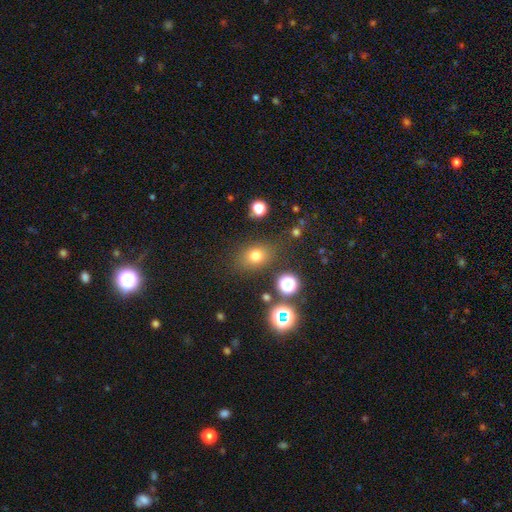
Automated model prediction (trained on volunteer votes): Overall: smooth (73%). How rounded: in between (56%; round 43%). Merging: none (79%).